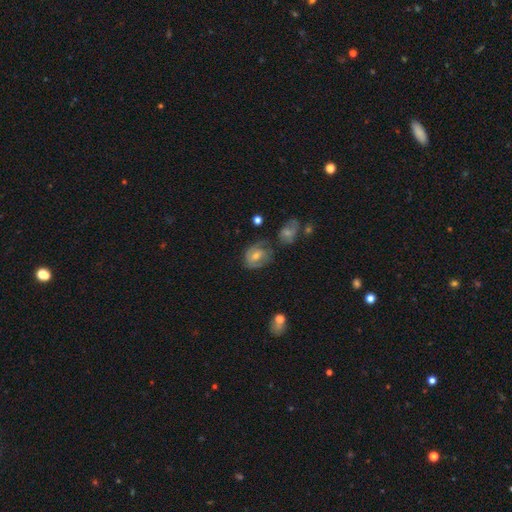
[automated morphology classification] type=featured or disk (62%); edge-on=no (96%); bar=no (49%); spiral arms=yes (80%); bulge=moderate (59%); merging=none (61%).